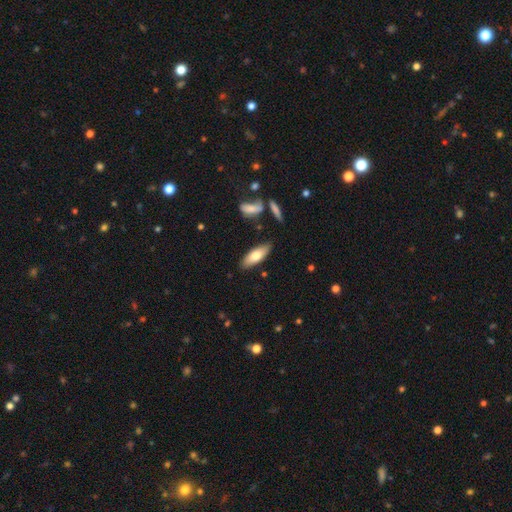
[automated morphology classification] Smooth or featured? smooth (71%)
How rounded? in between (67%)
Merging? none (83%)